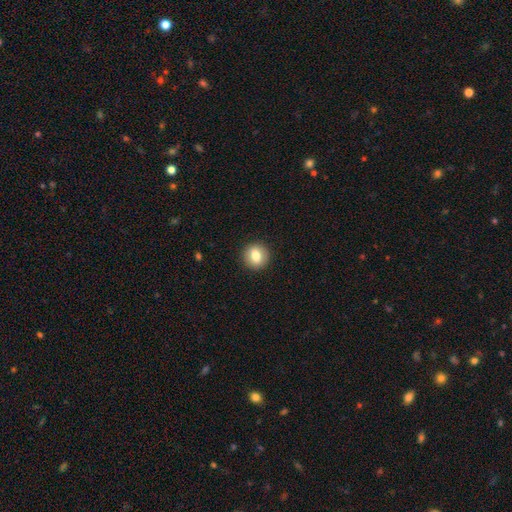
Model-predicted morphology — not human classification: This appears to be a smooth galaxy with no disk features (77%) that is round (87%). Merging: none (91%).